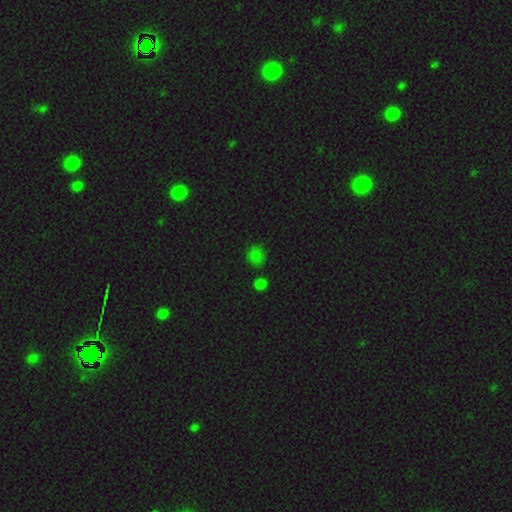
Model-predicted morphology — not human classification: smooth-or-featured: smooth: 69% | star or artifact: 26% | featured or disk: 4%
  how-rounded: round: 81% | in between: 18% | cigar-shaped: 1%
  merging: none: 77% | minor disturbance: 12% | merger: 8% | major disturbance: 4%